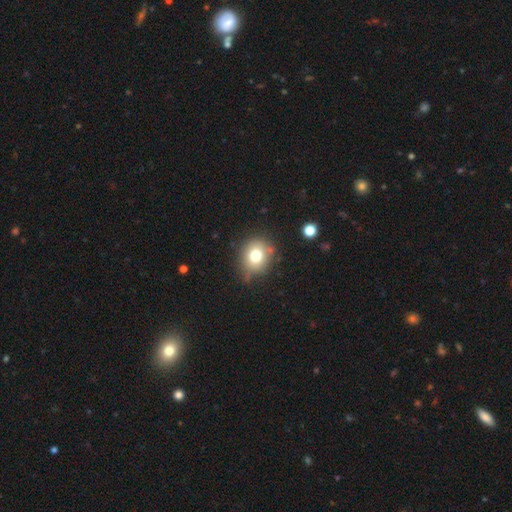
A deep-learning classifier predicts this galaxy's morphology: Smooth or featured: smooth — 74% (featured or disk — 13%)
How rounded: round — 78% (in between — 21%)
Merging: none — 72% (minor disturbance — 19%)